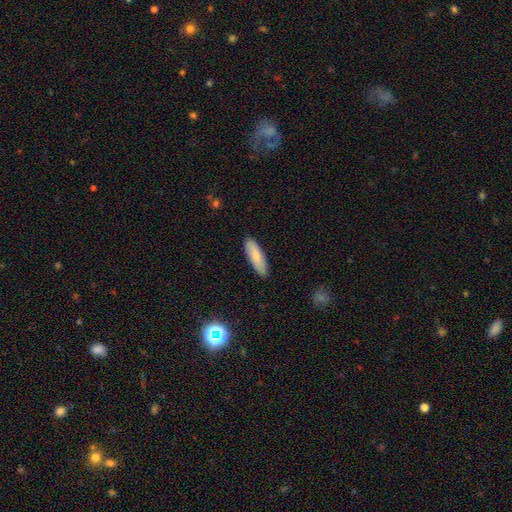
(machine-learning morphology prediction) smooth_or_featured: smooth (p=0.80) [alt: featured or disk p=0.14]
how_rounded: cigar-shaped (p=0.52) [alt: in between p=0.47]
merging: none (p=0.86) [alt: minor disturbance p=0.11]